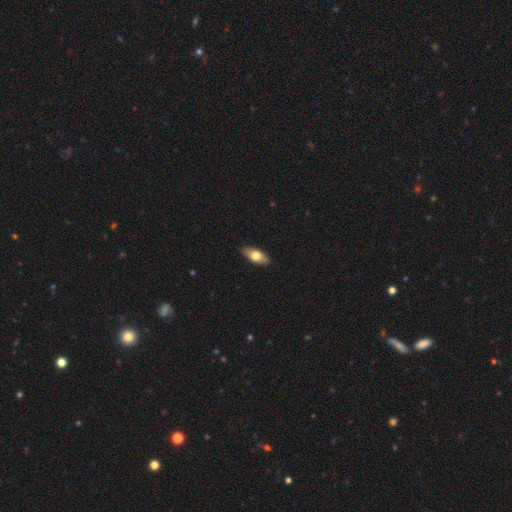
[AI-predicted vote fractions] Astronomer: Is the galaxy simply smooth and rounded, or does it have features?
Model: smooth — 64%.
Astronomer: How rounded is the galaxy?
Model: in between — 82%.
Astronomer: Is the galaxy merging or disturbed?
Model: none — 88%.